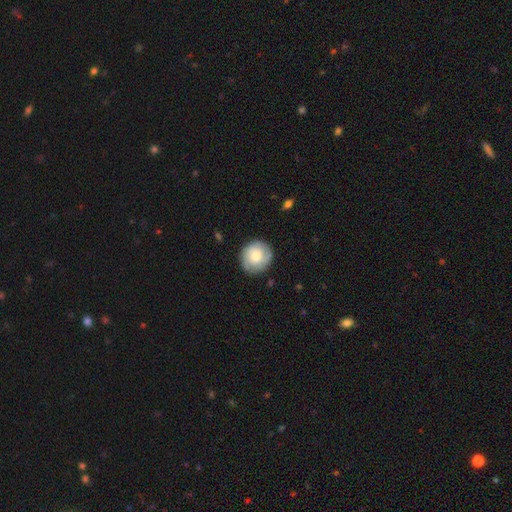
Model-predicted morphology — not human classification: Smooth or featured: smooth — 51% (featured or disk — 42%)
How rounded: round — 89% (in between — 10%)
Merging: none — 83% (minor disturbance — 13%)